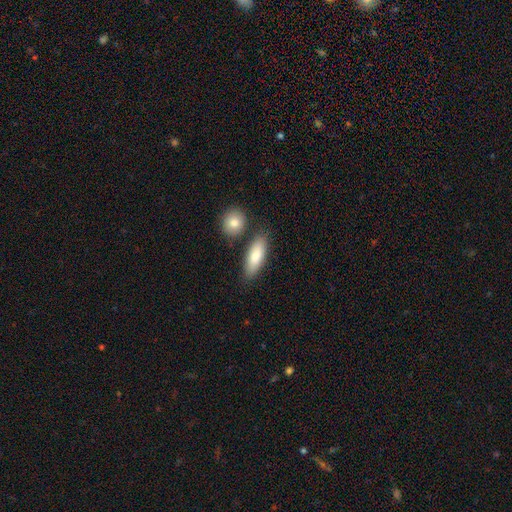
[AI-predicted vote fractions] smooth_or_featured: smooth (p=0.81) [alt: featured or disk p=0.13]
how_rounded: in between (p=0.71) [alt: cigar-shaped p=0.26]
merging: none (p=0.73) [alt: minor disturbance p=0.12]